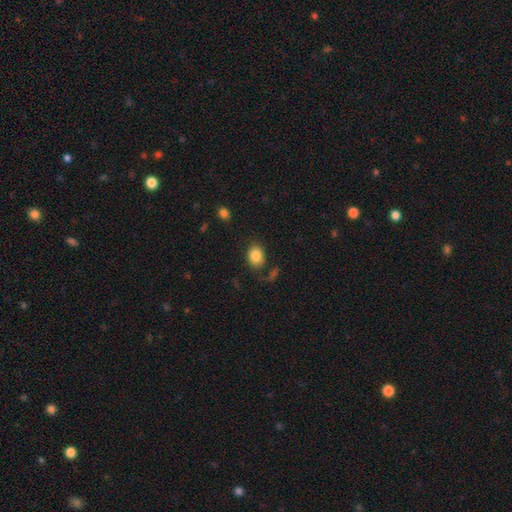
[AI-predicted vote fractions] Overall: smooth (84%). How rounded: in between (63%; round 36%). Merging: none (72%).